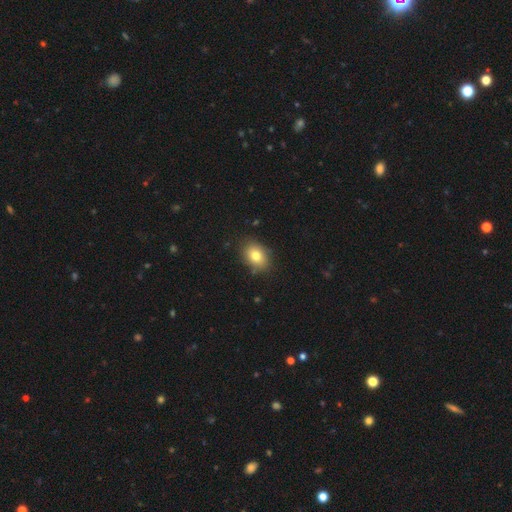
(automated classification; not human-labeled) The model was most divided on "how rounded": in between: 72%, round: 26%, cigar-shaped: 1%. More confident: merging — none (83%); smooth or featured — smooth (79%).